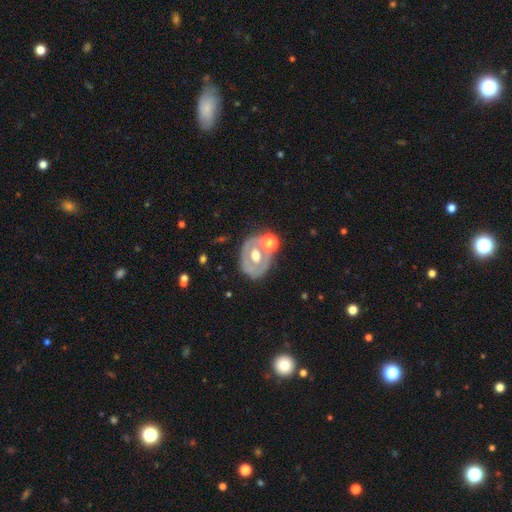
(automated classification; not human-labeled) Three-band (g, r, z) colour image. It shows a featured or disk galaxy (60%) with no bar (77%), no spiral arms (80%) and a moderate central bulge (71%). Merging: none (54%).